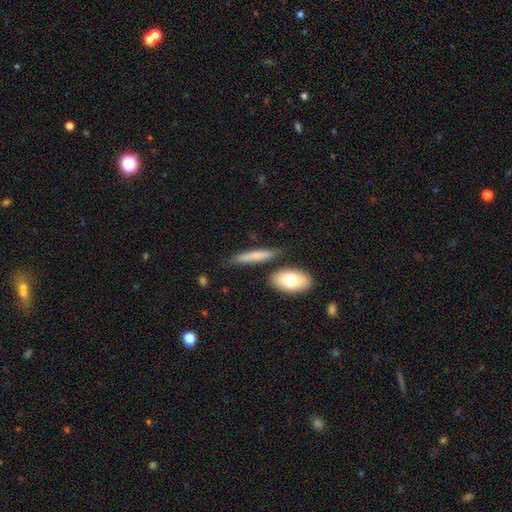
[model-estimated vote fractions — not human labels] Smooth or featured? smooth (65%)
How rounded? cigar-shaped (74%)
Merging? none (71%)